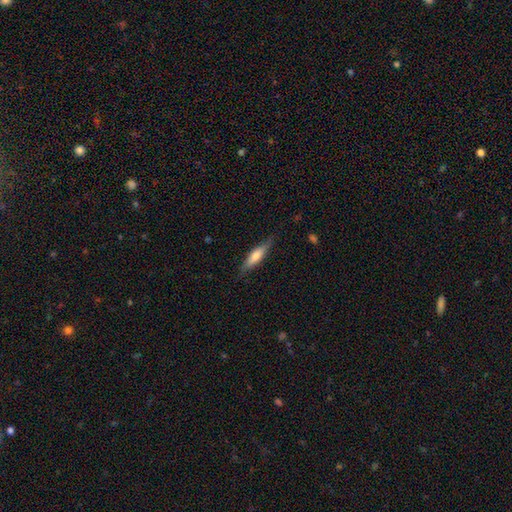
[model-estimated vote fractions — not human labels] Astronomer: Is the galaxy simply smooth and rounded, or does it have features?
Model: smooth — 56% (runner-up: featured or disk, 38%).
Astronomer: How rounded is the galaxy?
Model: cigar-shaped — 75%.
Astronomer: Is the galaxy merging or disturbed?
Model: none — 84%.